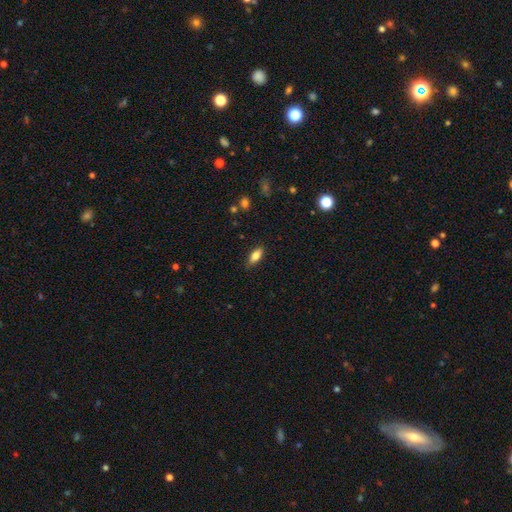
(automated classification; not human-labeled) smooth-or-featured: smooth: 81% | featured or disk: 12% | star or artifact: 7%
  how-rounded: in between: 81% | cigar-shaped: 16% | round: 3%
  merging: none: 86% | minor disturbance: 11% | major disturbance: 2% | merger: 1%